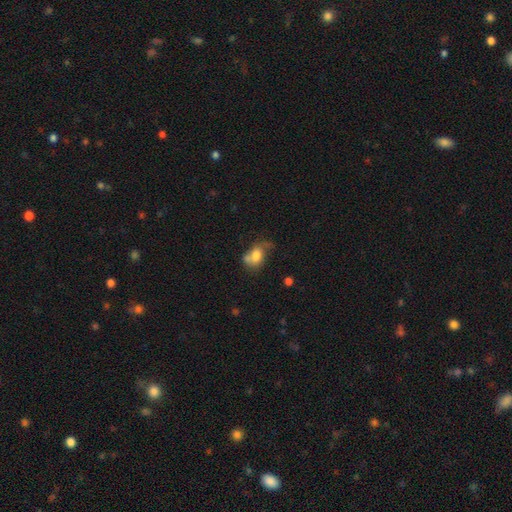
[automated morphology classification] Smooth or featured? smooth (67%)
How rounded? in between (67%)
Merging? none (29%)